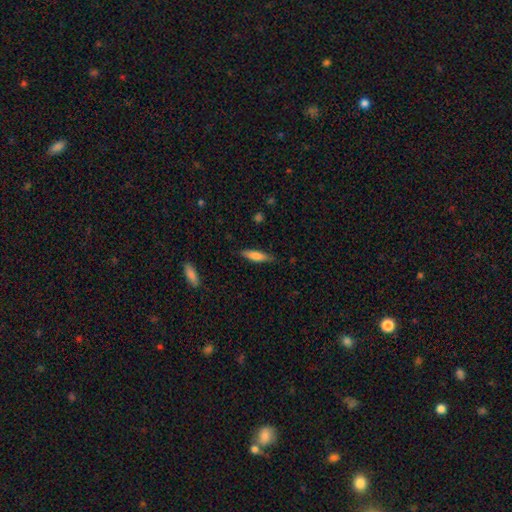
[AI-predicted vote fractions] smooth 75%, featured or disk 19%, star or artifact 6%. Down the decision tree: how rounded — cigar-shaped (69%); merging — none (82%).